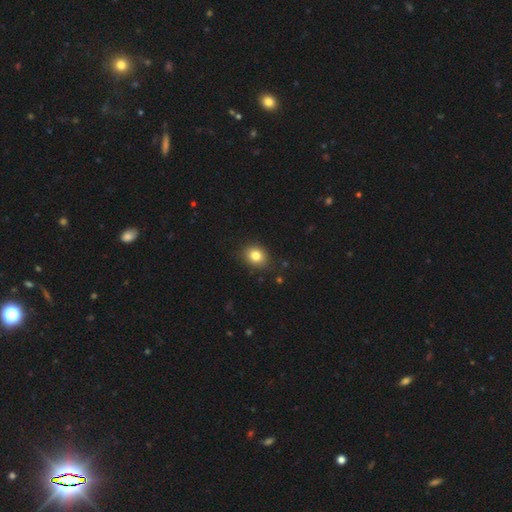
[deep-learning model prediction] Smooth or featured: smooth — 82% (star or artifact — 10%)
How rounded: round — 57% (in between — 42%)
Merging: none — 87% (minor disturbance — 10%)